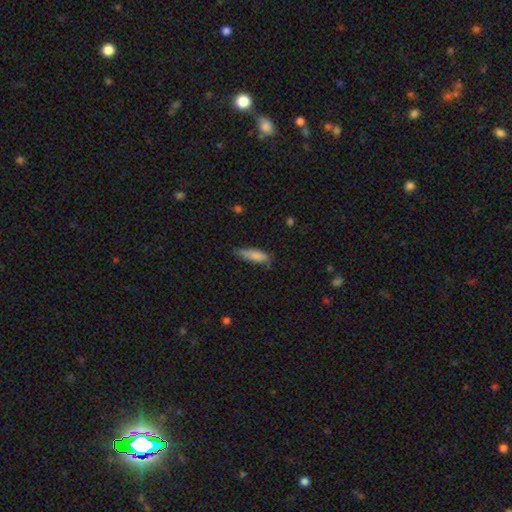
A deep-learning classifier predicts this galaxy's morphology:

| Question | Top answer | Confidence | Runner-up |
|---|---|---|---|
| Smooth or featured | smooth | 81% | featured or disk (12%) |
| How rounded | cigar-shaped | 49% | tied: in between (49%) |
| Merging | none | 56% | minor disturbance (34%) |